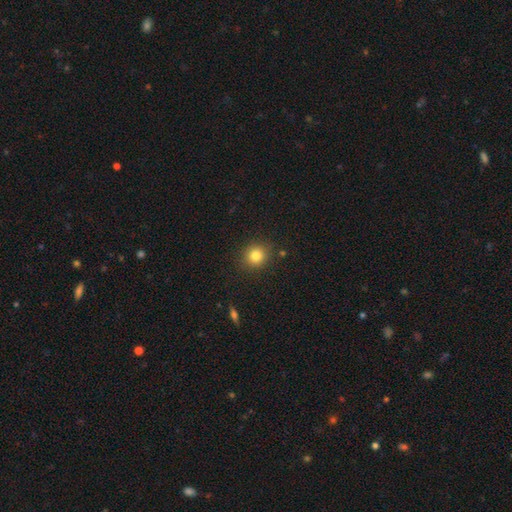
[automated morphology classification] Smooth or featured: smooth — 82% (star or artifact — 12%)
How rounded: round — 87% (in between — 12%)
Merging: none — 88% (minor disturbance — 8%)